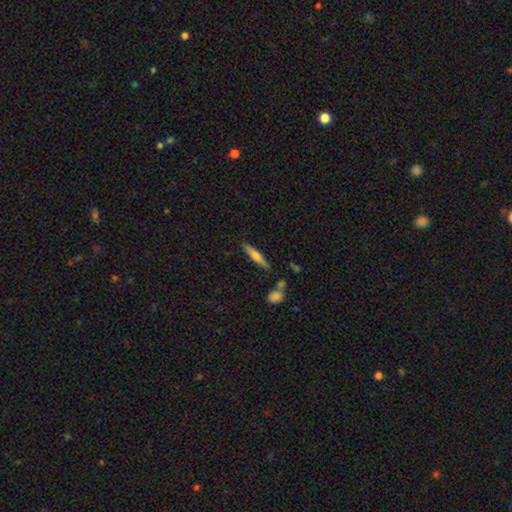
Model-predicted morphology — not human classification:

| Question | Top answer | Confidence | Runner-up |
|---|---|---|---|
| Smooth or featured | smooth | 50% | featured or disk (44%) |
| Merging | none | 83% | minor disturbance (10%) |